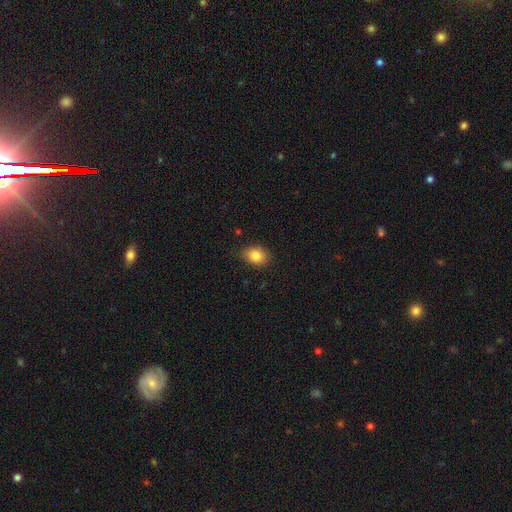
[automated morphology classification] smooth 85%, star or artifact 9%, featured or disk 7%. Down the decision tree: how rounded — in between (72%); merging — none (82%).